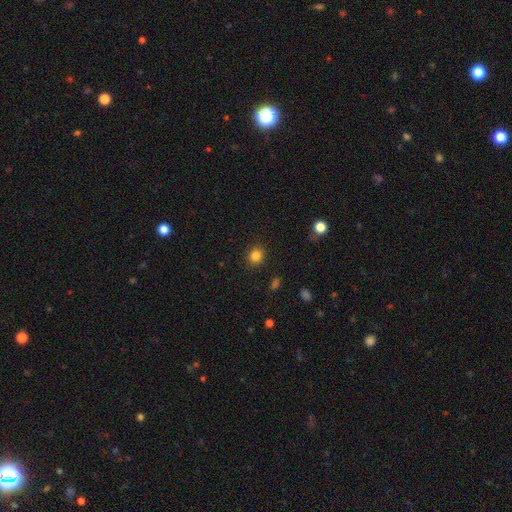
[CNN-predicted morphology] Smooth or featured?
  - smooth: 83% *
  - star or artifact: 12%
  - featured or disk: 5%
How rounded?
  - round: 75% *
  - in between: 25%
  - cigar-shaped: 1%
Merging?
  - none: 89% *
  - minor disturbance: 7%
  - major disturbance: 2%
  - merger: 1%